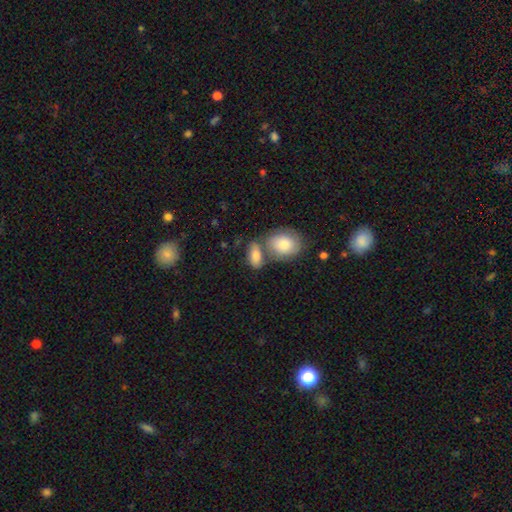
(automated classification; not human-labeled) A smooth galaxy with no disk features (79%) that is in between round and cigar-shaped (85%). Merging: none (42%).